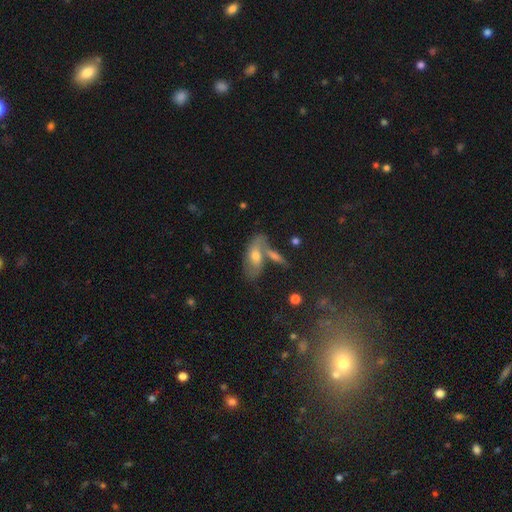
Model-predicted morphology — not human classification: type=smooth (51%); roundness=in between (77%); merging=none (47%).